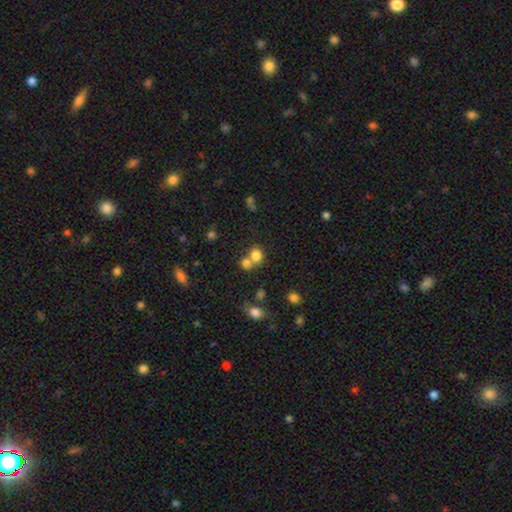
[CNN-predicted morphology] Overall: smooth (78%). How rounded: round (72%). Merging: merger (48%; none 41%).